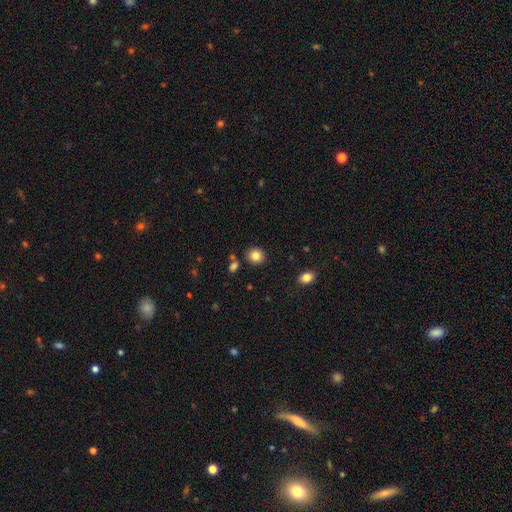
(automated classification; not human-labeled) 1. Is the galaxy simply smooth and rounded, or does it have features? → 84% smooth, 10% star or artifact, 6% featured or disk.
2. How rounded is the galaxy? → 82% round, 17% in between, 1% cigar-shaped.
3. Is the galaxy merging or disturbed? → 86% none, 7% minor disturbance, 4% merger, 2% major disturbance.